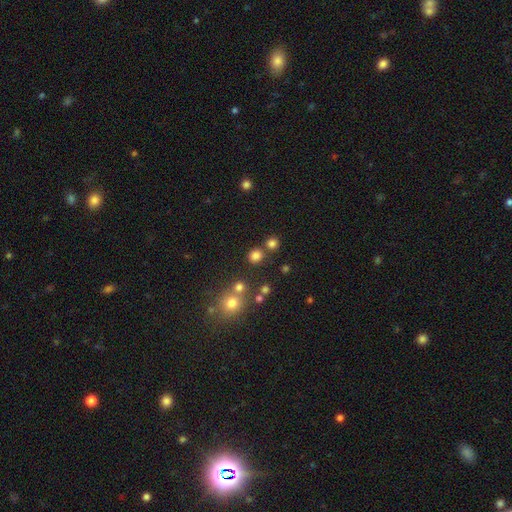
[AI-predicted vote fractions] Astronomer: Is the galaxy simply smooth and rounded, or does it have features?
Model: smooth — 77%.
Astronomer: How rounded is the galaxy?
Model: round — 90%.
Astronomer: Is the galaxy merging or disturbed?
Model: none — 78%.